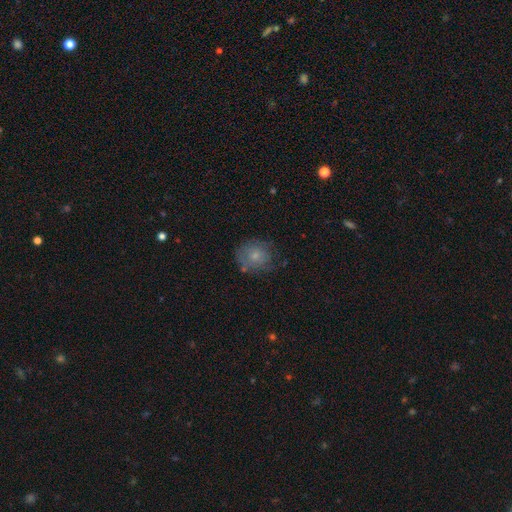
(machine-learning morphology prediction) A smooth galaxy with no disk features (67%) that is round (78%).

Vote fractions:
- Smooth or featured? smooth: 67% / featured or disk: 24% / star or artifact: 8%
- How rounded? round: 78% / in between: 21% / cigar-shaped: 1%
- Merging? none: 61% / minor disturbance: 25% / major disturbance: 10% / merger: 4%